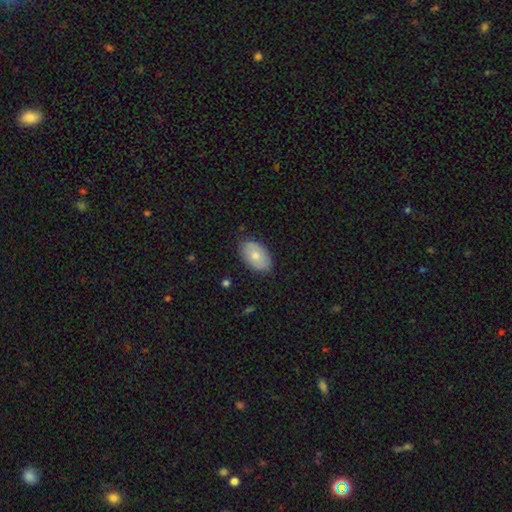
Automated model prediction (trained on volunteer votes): smooth-or-featured: smooth: 72% | featured or disk: 22% | star or artifact: 6%
  how-rounded: in between: 91% | round: 8% | cigar-shaped: 1%
  merging: none: 84% | minor disturbance: 13% | major disturbance: 2% | merger: 1%